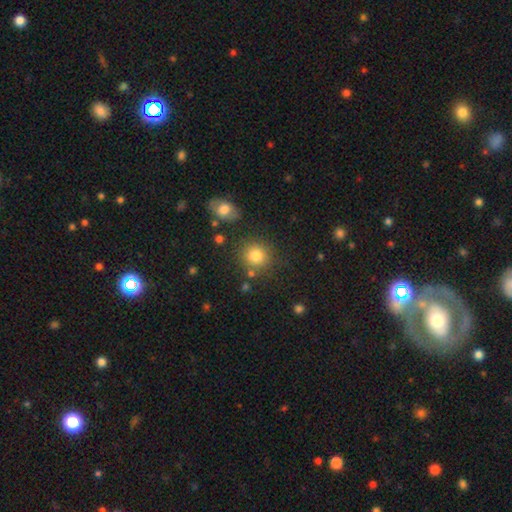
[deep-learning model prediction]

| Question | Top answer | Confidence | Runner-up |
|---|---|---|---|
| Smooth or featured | smooth | 82% | star or artifact (11%) |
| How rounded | round | 88% | in between (11%) |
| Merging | none | 80% | minor disturbance (10%) |